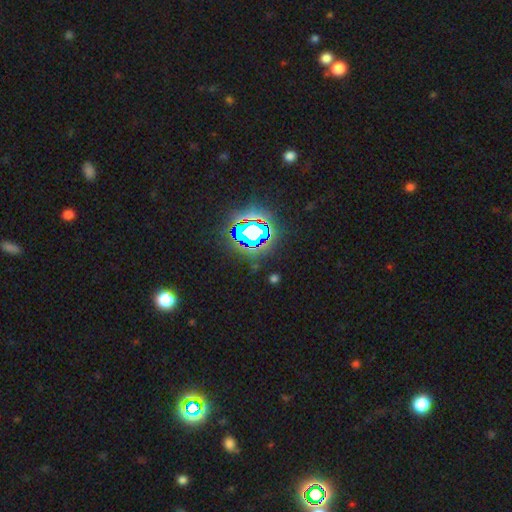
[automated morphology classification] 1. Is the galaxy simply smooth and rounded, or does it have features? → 82% star or artifact, 11% smooth, 7% featured or disk.